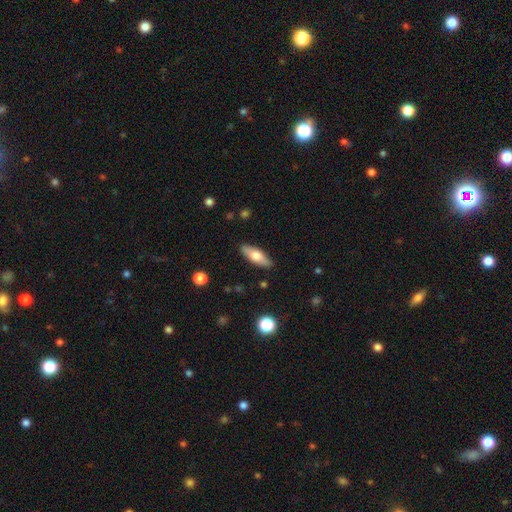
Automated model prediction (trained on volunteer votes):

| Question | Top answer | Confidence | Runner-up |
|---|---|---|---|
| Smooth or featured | smooth | 63% | featured or disk (31%) |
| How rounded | in between | 65% | cigar-shaped (32%) |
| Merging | none | 87% | minor disturbance (9%) |